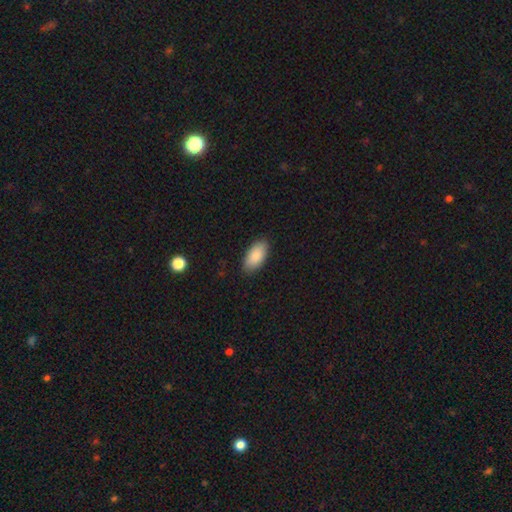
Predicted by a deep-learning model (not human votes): Smooth or featured?
  - smooth: 86% *
  - featured or disk: 8%
  - star or artifact: 6%
How rounded?
  - in between: 94% *
  - cigar-shaped: 4%
  - round: 2%
Merging?
  - none: 87% *
  - minor disturbance: 10%
  - major disturbance: 2%
  - merger: 1%